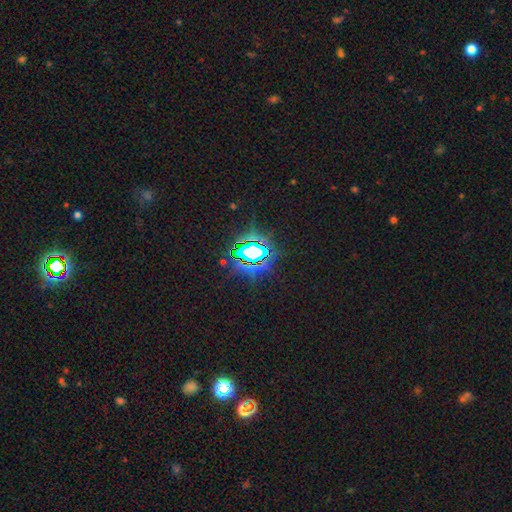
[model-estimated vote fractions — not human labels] The model was most divided on "smooth or featured": star or artifact: 82%, smooth: 12%, featured or disk: 7%.